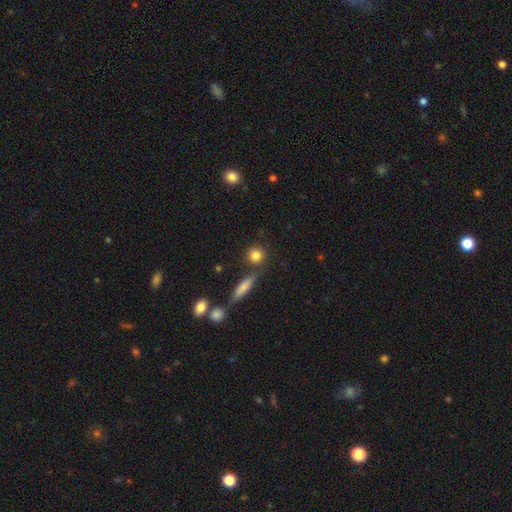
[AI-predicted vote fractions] Smooth or featured? Predicted: smooth (p=0.81). How rounded? Predicted: round (p=0.83). Merging? Predicted: none (p=0.77).